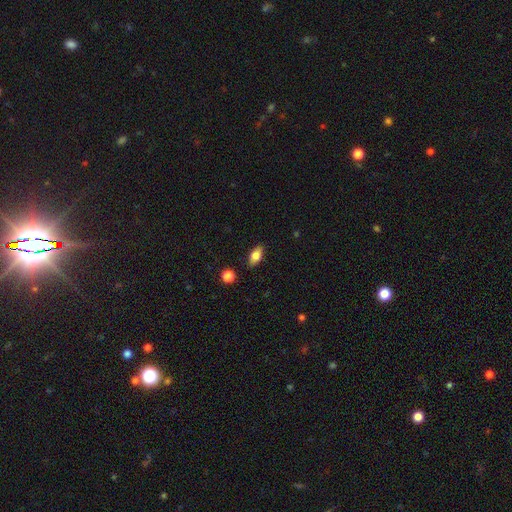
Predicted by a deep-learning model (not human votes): smooth-or-featured: smooth: 69% | featured or disk: 23% | star or artifact: 8%
  how-rounded: in between: 83% | cigar-shaped: 11% | round: 6%
  merging: none: 87% | minor disturbance: 9% | major disturbance: 2% | merger: 2%